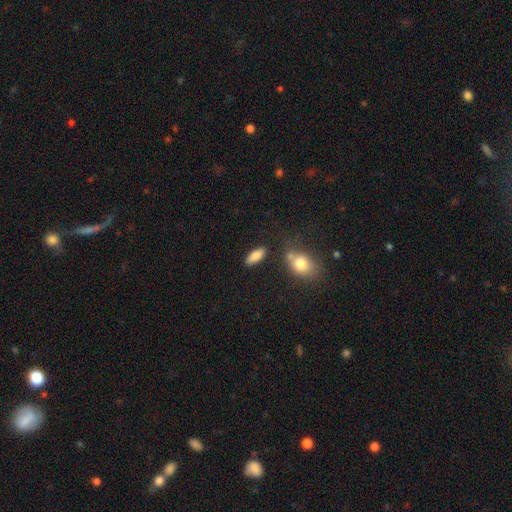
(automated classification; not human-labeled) Overall: smooth (83%). How rounded: in between (74%). Merging: none (79%).